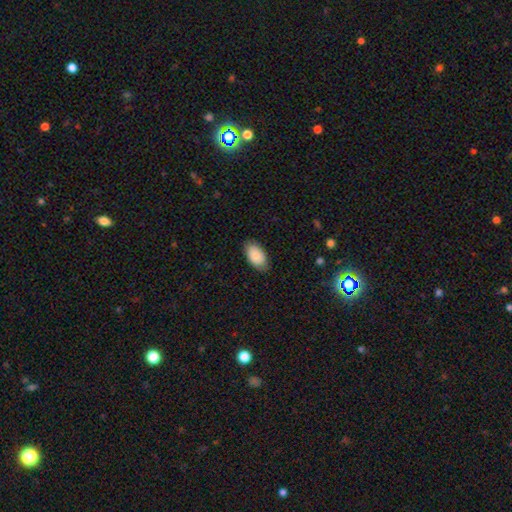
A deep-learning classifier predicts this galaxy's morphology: A smooth galaxy with no disk features (87%) that is in between round and cigar-shaped (95%). Merging: none (82%).